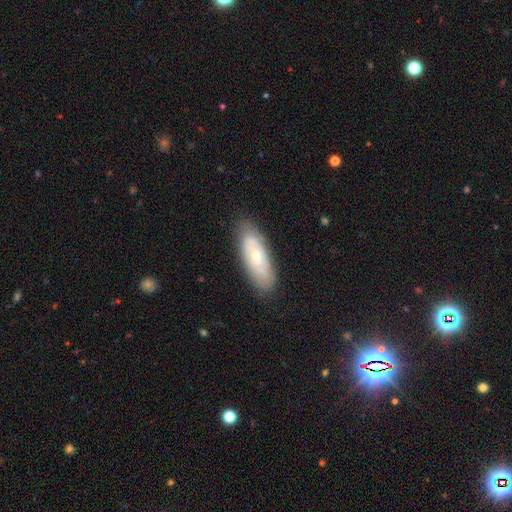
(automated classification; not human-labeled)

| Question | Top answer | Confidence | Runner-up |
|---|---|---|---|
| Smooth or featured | featured or disk | 47% | tied: smooth (47%) |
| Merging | none | 82% | minor disturbance (13%) |